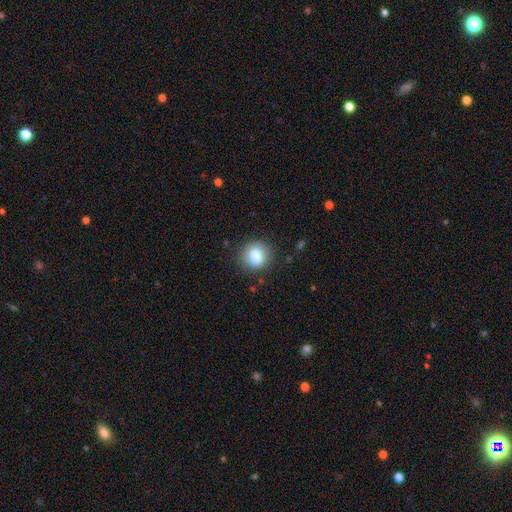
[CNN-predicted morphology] Smooth or featured? Predicted: smooth (p=0.80). How rounded? Predicted: round (p=0.78). Merging? Predicted: none (p=0.85).